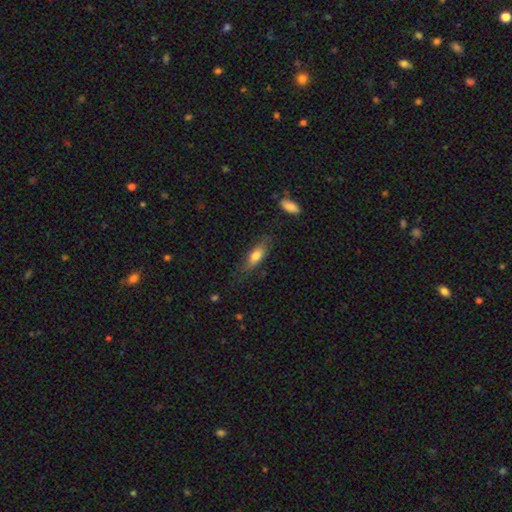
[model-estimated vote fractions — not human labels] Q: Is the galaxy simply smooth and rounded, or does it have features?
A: smooth — 73%.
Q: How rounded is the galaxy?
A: in between — 62%.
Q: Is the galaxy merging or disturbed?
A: none — 71%.